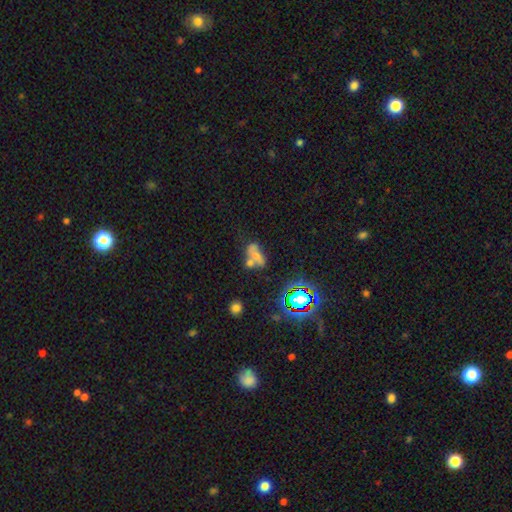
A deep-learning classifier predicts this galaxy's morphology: Smooth or featured? smooth (46%)
Merging? merger (54%)